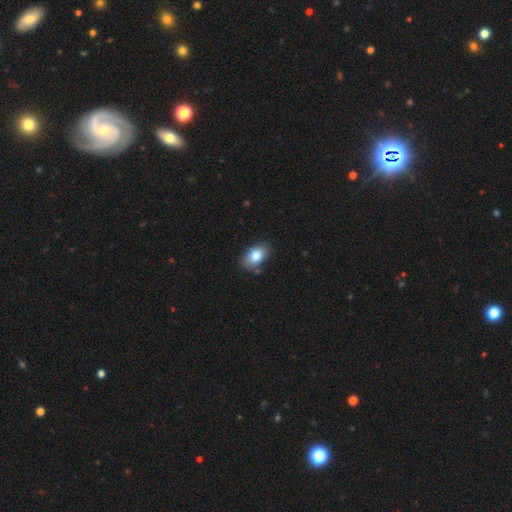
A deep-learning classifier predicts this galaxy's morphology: smooth 84%, featured or disk 9%, star or artifact 7%. Down the decision tree: how rounded — in between (90%); merging — none (81%).